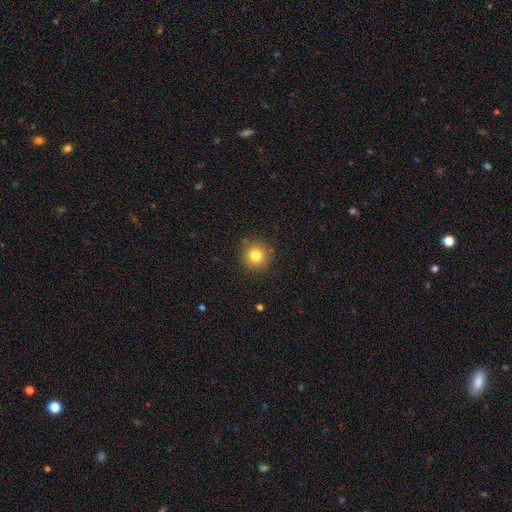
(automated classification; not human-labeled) A smooth galaxy with no disk features (80%) that is round (94%). Merging: none (87%).